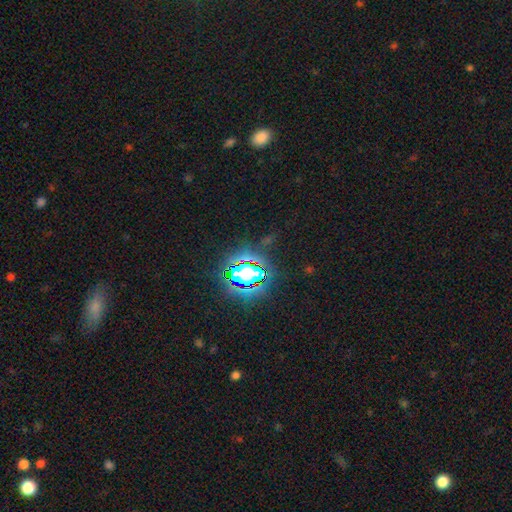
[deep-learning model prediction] This appears to be a star or artifact, not a galaxy (81%).